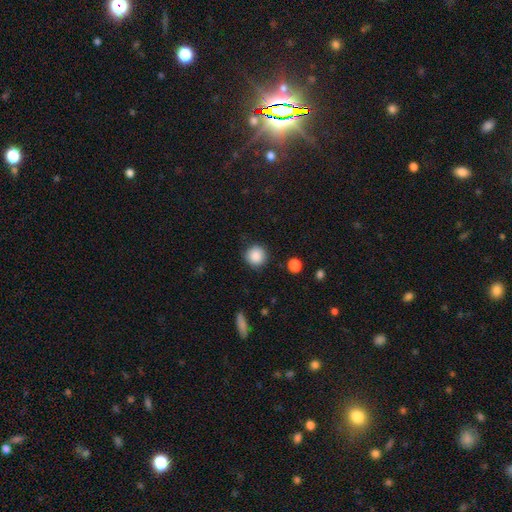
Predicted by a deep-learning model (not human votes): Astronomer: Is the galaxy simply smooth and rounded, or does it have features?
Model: smooth — 88%.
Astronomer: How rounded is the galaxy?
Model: round — 94%.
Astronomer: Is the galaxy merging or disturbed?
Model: none — 89%.